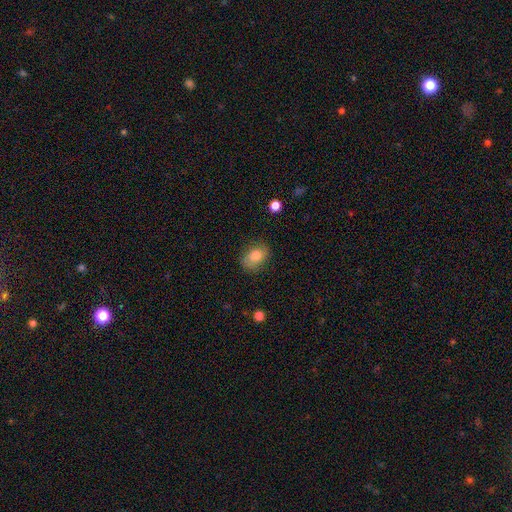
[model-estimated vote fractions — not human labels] Morphology: type=smooth (80%); roundness=in between (77%); merging=none (74%).